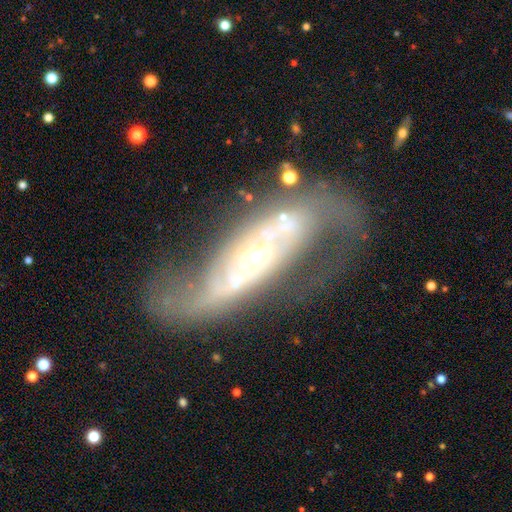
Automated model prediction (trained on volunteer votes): Overall: featured or disk (83%). Edge-on disk: no (88%). Bar: no (55%; weak 24%). Spiral arms: yes (85%). Spiral arm count: 2 (79%). Spiral winding: loose (41%; medium 37%). Bulge size: small (63%; moderate 31%). Merging: none (55%; major disturbance 22%).